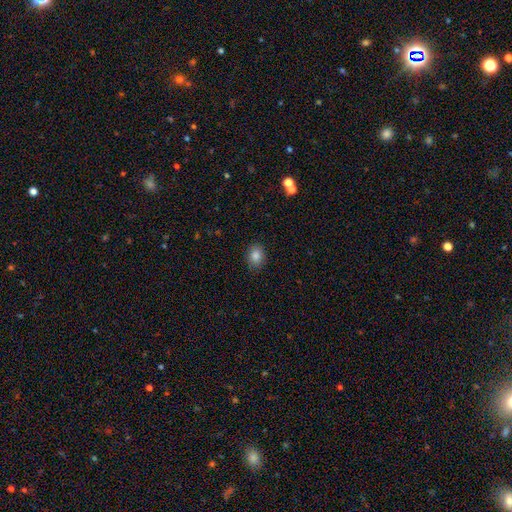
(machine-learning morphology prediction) Smooth or featured? smooth (85%)
How rounded? in between (59%)
Merging? none (87%)